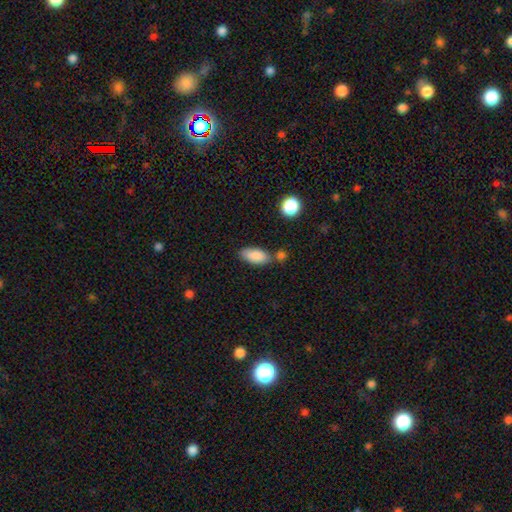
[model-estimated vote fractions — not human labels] smooth-or-featured: smooth: 87% | star or artifact: 7% | featured or disk: 6%
  how-rounded: in between: 88% | cigar-shaped: 9% | round: 3%
  merging: none: 63% | merger: 17% | minor disturbance: 16% | major disturbance: 4%